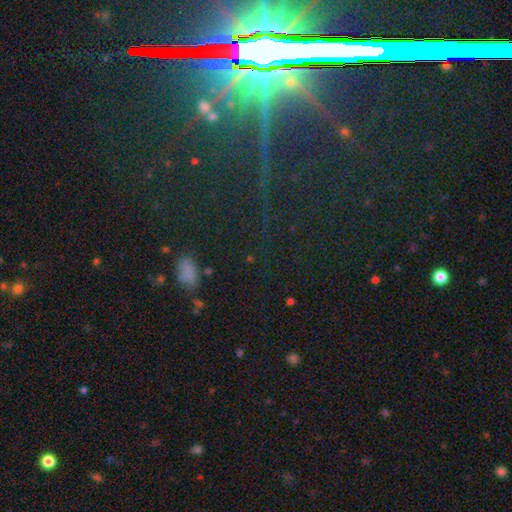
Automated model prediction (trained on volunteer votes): smooth_or_featured: star or artifact (p=0.70) [alt: featured or disk p=0.16]